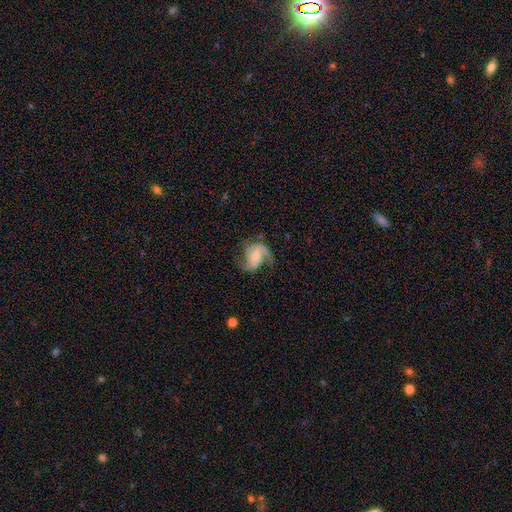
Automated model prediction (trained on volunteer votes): featured or disk 81%, smooth 13%, star or artifact 6%. Down the decision tree: edge-on disk — no (98%); bar — no (53%); spiral arms — yes (95%); spiral arm count — 2 (68%); spiral winding — medium (47%); bulge size — moderate (49%); merging — none (58%).